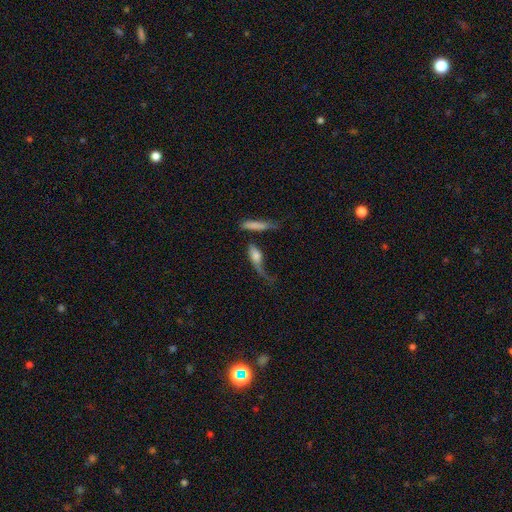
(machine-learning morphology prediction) Smooth or featured?
  - smooth: 50% *
  - featured or disk: 42%
  - star or artifact: 8%
Merging?
  - major disturbance: 36% *
  - none: 29%
  - minor disturbance: 19%
  - merger: 16%